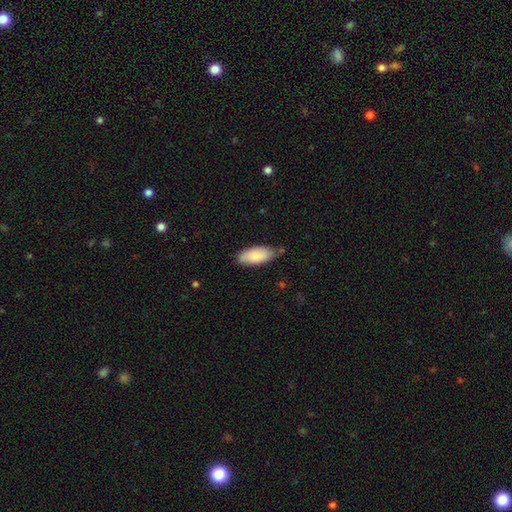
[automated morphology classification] Overall: smooth (82%). How rounded: in between (87%). Merging: none (65%; minor disturbance 28%).